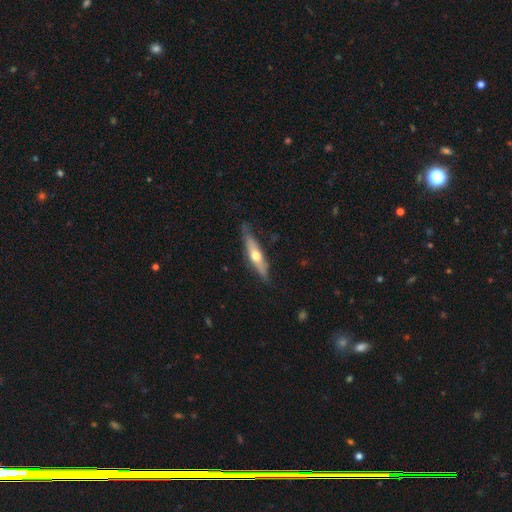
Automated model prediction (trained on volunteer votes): Morphology: type=featured or disk (49%); merging=none (74%).